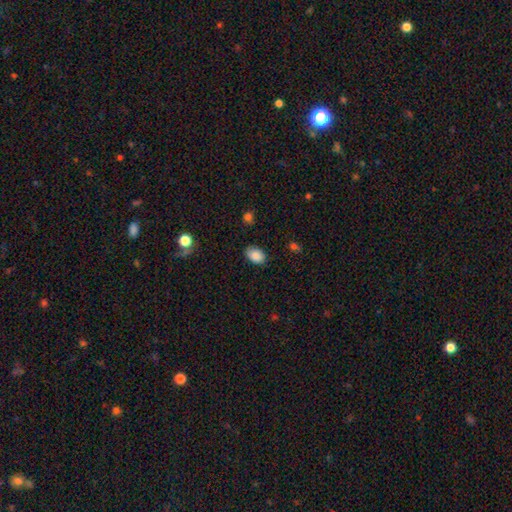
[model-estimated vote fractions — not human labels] smooth-or-featured: smooth: 86% | star or artifact: 8% | featured or disk: 6%
  how-rounded: in between: 88% | round: 11% | cigar-shaped: 1%
  merging: none: 83% | minor disturbance: 13% | major disturbance: 3% | merger: 1%